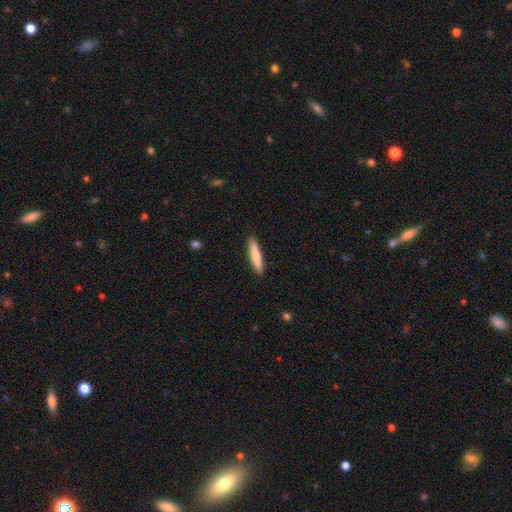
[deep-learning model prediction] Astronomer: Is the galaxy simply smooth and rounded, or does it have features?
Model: smooth — 74%.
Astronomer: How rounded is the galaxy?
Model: cigar-shaped — 87%.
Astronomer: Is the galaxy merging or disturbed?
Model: none — 91%.